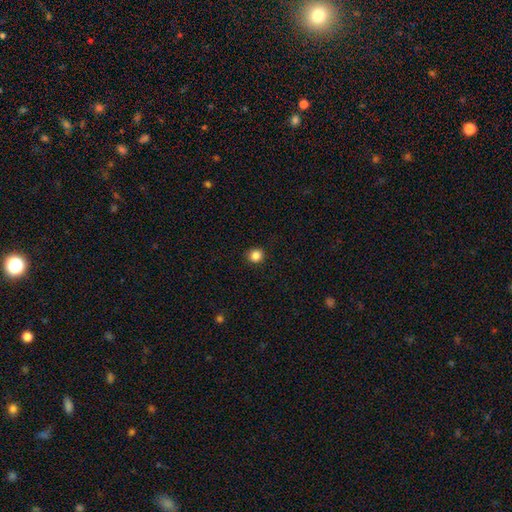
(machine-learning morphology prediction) A smooth galaxy with no disk features (85%) that is round (92%).

Vote fractions:
- Smooth or featured? smooth: 85% / star or artifact: 11% / featured or disk: 4%
- How rounded? round: 92% / in between: 8% / cigar-shaped: 1%
- Merging? none: 92% / minor disturbance: 6% / major disturbance: 2% / merger: 1%